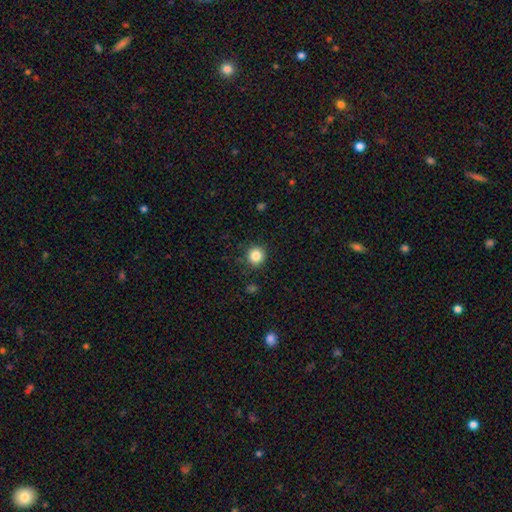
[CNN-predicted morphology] The model was most divided on "smooth or featured": smooth: 84%, star or artifact: 11%, featured or disk: 4%. More confident: how rounded — round (93%); merging — none (88%).